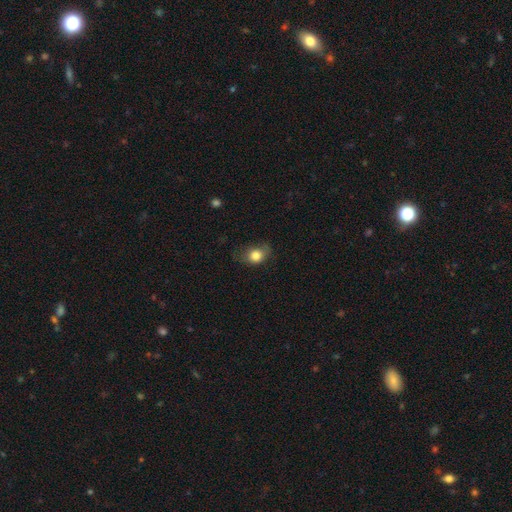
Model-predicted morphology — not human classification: This appears to be a smooth galaxy with no disk features (80%) that is in between round and cigar-shaped (55%). Merging: none (55%).